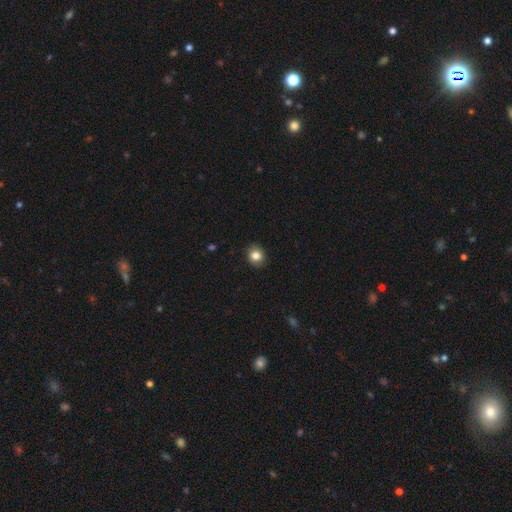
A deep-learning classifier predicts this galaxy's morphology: smooth_or_featured: smooth (p=0.84) [alt: star or artifact p=0.10]
how_rounded: round (p=0.77) [alt: in between p=0.22]
merging: none (p=0.90) [alt: minor disturbance p=0.07]